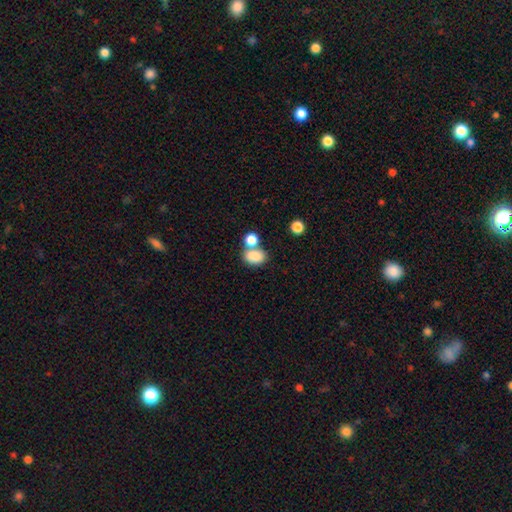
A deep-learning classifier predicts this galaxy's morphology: A smooth galaxy with no disk features (85%) that is in between round and cigar-shaped (76%).

Vote fractions:
- Smooth or featured? smooth: 85% / star or artifact: 9% / featured or disk: 6%
- How rounded? in between: 76% / round: 23% / cigar-shaped: 1%
- Merging? none: 48% / merger: 36% / minor disturbance: 11% / major disturbance: 4%